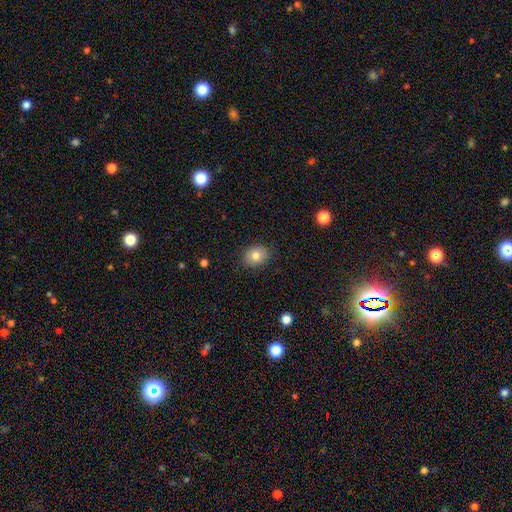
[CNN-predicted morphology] Smooth or featured? Predicted: smooth (p=0.80). How rounded? Predicted: in between (p=0.51). Merging? Predicted: none (p=0.87).